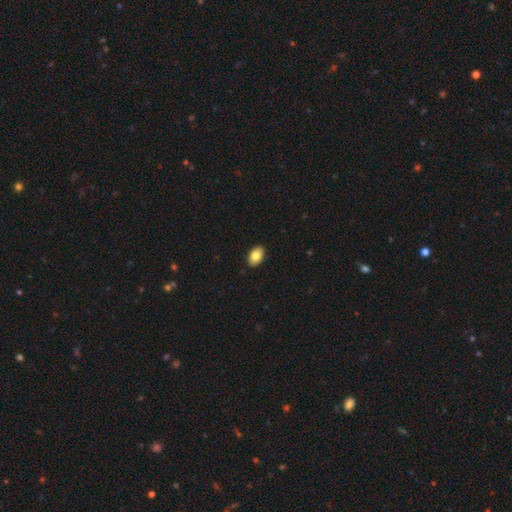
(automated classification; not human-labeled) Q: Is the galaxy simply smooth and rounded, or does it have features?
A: smooth — 81%.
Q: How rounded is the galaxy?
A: in between — 91%.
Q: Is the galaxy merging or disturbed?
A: none — 90%.